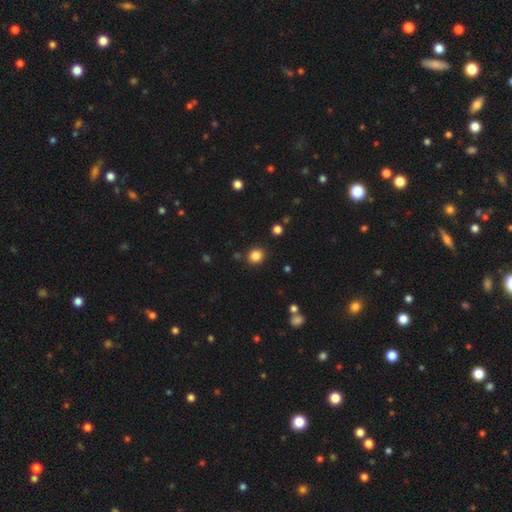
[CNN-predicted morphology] Smooth or featured? smooth (85%)
How rounded? round (79%)
Merging? none (88%)